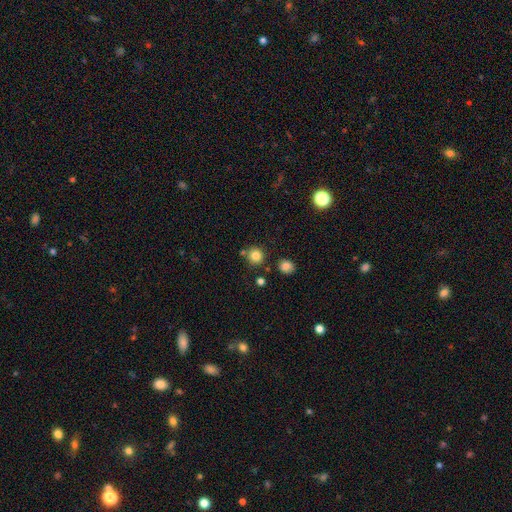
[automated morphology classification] Smooth or featured: smooth — 82% (star or artifact — 12%)
How rounded: round — 92% (in between — 7%)
Merging: none — 80% (merger — 9%)